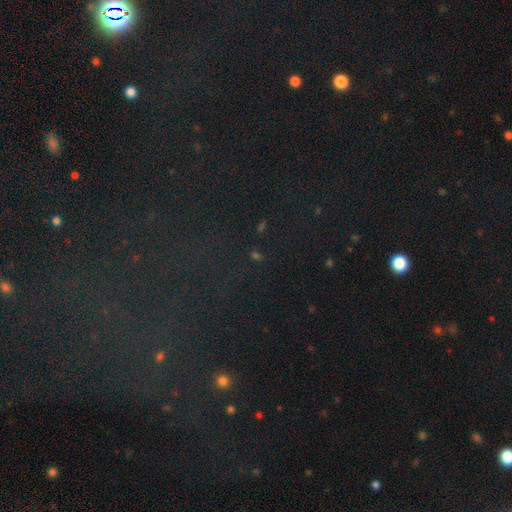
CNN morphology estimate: Q: Smooth or featured?
A: star or artifact (70%); runner-up: smooth (21%)